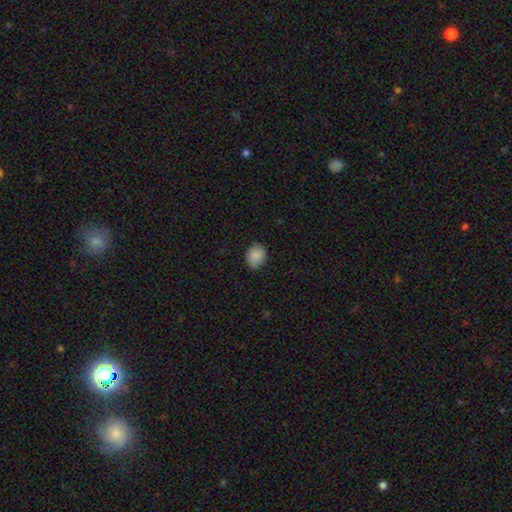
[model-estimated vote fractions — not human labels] smooth 87%, star or artifact 8%, featured or disk 5%. Down the decision tree: how rounded — in between (53%); merging — none (81%).